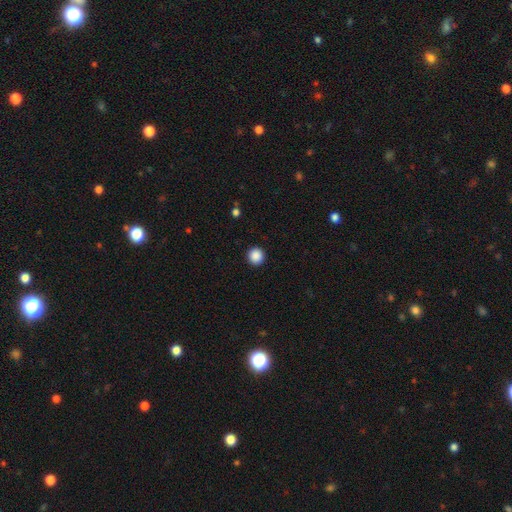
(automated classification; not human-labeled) Overall: smooth (88%). How rounded: round (96%). Merging: none (93%).